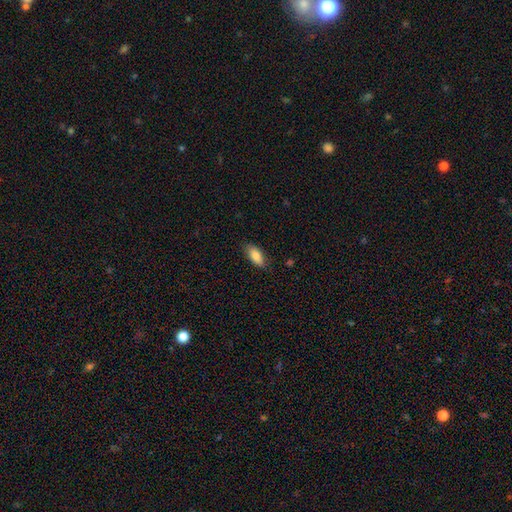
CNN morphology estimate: Smooth or featured: smooth — 84% (featured or disk — 9%)
How rounded: in between — 87% (cigar-shaped — 11%)
Merging: none — 83% (minor disturbance — 14%)